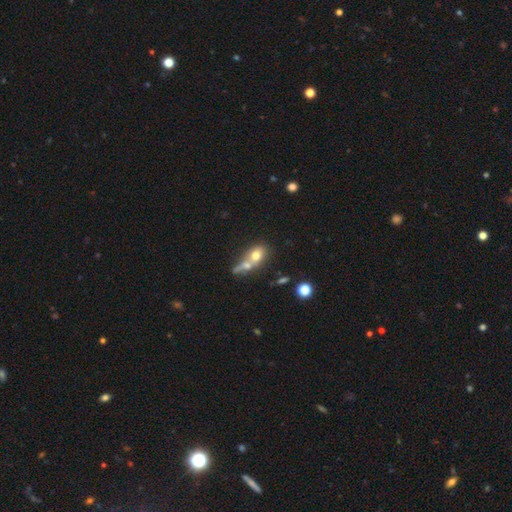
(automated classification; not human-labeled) This appears to be a smooth galaxy with no disk features (67%) that is in between round and cigar-shaped (59%). Merging: merger (60%).